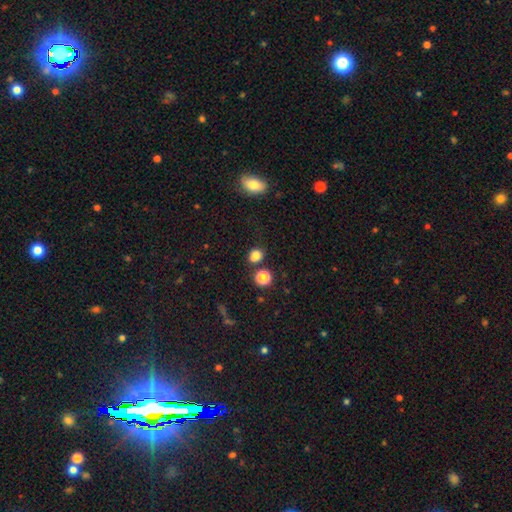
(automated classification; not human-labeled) A smooth galaxy with no disk features (81%) that is round (71%).

Vote fractions:
- Smooth or featured? smooth: 81% / star or artifact: 14% / featured or disk: 5%
- How rounded? round: 71% / in between: 28% / cigar-shaped: 1%
- Merging? none: 71% / merger: 13% / minor disturbance: 12% / major disturbance: 4%